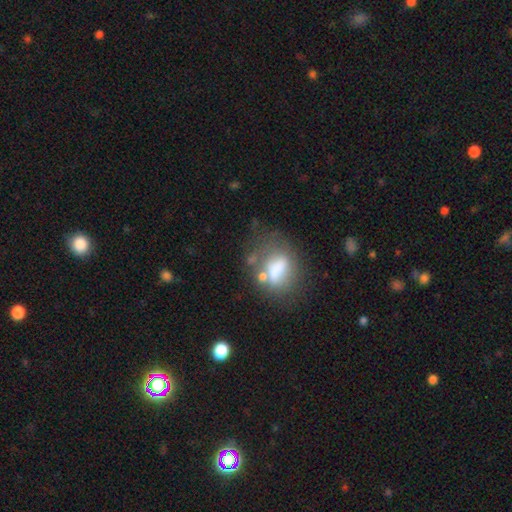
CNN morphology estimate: Smooth or featured? Predicted: smooth (p=0.54). How rounded? Predicted: in between (p=0.68). Merging? Predicted: none (p=0.47).